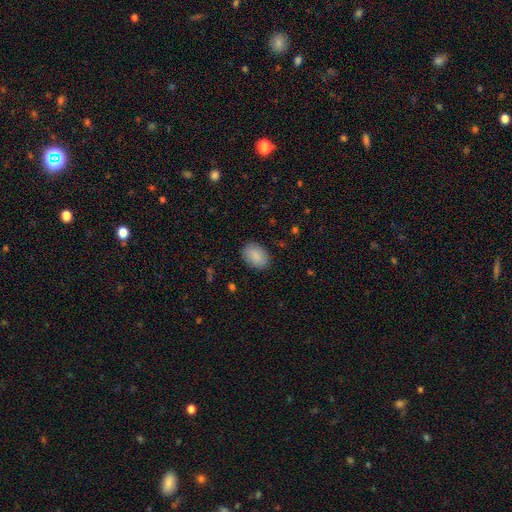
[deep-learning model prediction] Smooth or featured?
  - smooth: 88% *
  - star or artifact: 6%
  - featured or disk: 6%
How rounded?
  - in between: 82% *
  - round: 17%
  - cigar-shaped: 1%
Merging?
  - none: 87% *
  - minor disturbance: 10%
  - major disturbance: 3%
  - merger: 1%